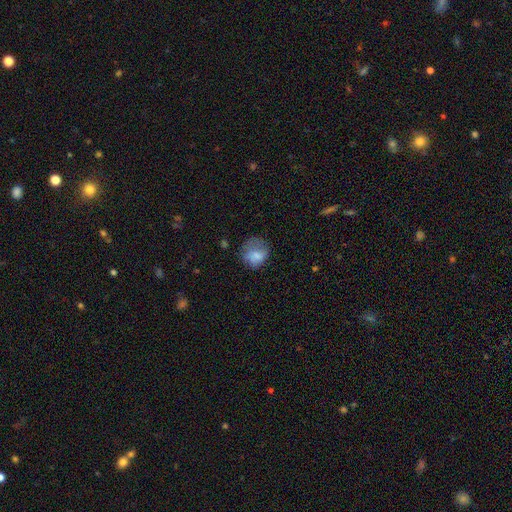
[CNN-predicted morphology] Q: Smooth or featured?
A: smooth (69%); runner-up: featured or disk (21%)
Q: How rounded?
A: round (66%); runner-up: in between (33%)
Q: Merging?
A: none (47%); runner-up: minor disturbance (28%)